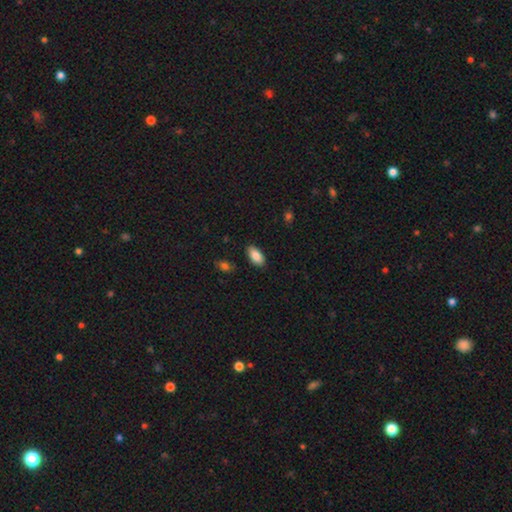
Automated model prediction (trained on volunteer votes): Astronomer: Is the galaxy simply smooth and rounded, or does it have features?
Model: smooth — 87%.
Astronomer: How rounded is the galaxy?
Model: in between — 92%.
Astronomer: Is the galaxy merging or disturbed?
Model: none — 88%.